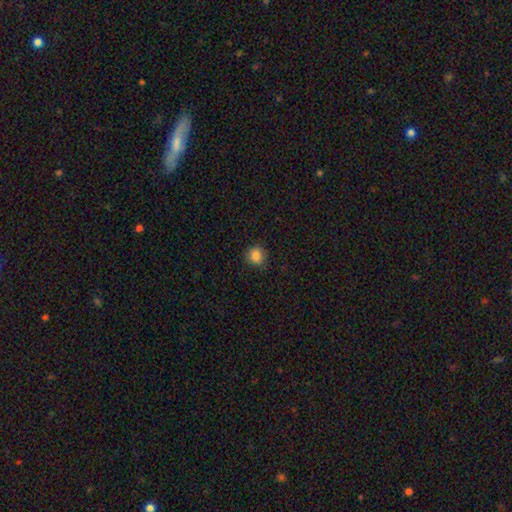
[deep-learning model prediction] Morphology: type=smooth (86%); roundness=round (87%); merging=none (88%).